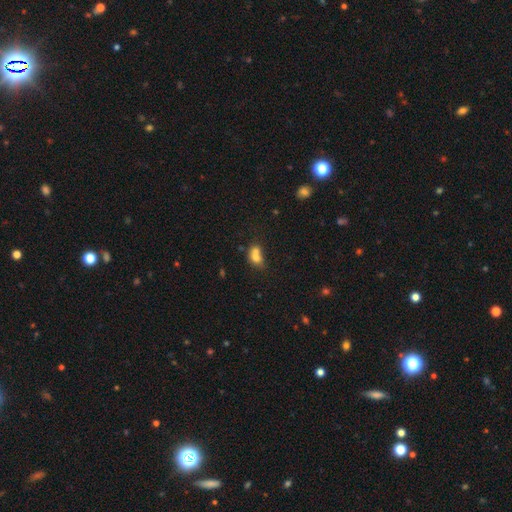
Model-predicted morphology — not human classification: Smooth or featured? smooth (69%)
How rounded? in between (51%)
Merging? merger (64%)